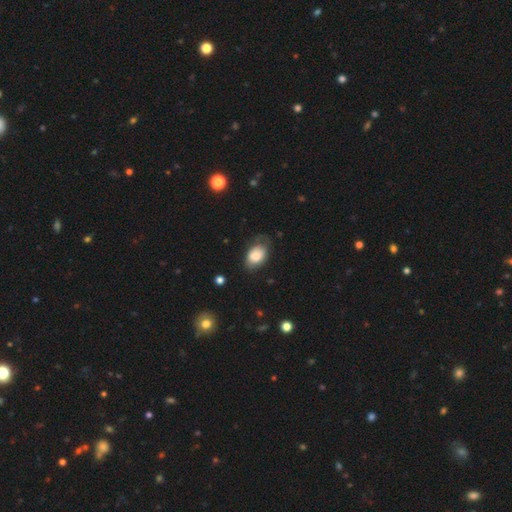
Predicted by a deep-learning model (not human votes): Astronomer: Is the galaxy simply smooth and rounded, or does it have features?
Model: smooth — 80%.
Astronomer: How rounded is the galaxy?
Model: in between — 83%.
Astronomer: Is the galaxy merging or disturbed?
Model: none — 58%.